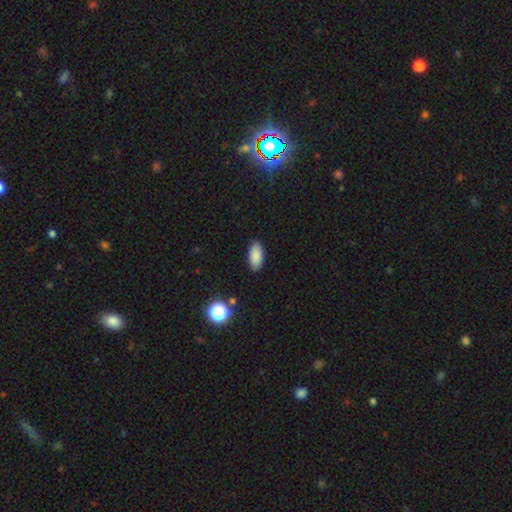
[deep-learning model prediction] Overall: smooth (87%). How rounded: in between (92%). Merging: none (89%).